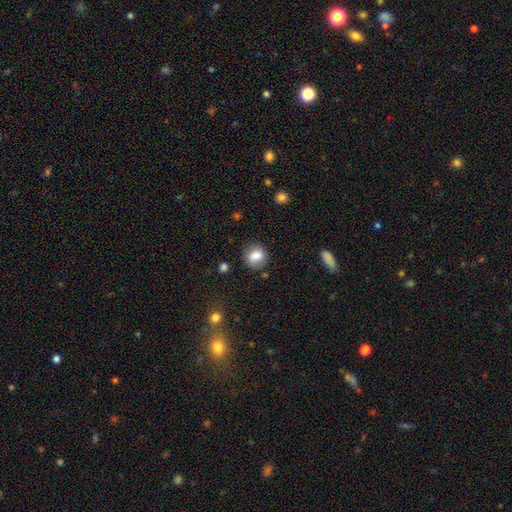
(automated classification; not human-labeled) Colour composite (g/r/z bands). It shows a smooth galaxy with no disk features (82%) that is round (76%). Merging: none (80%).